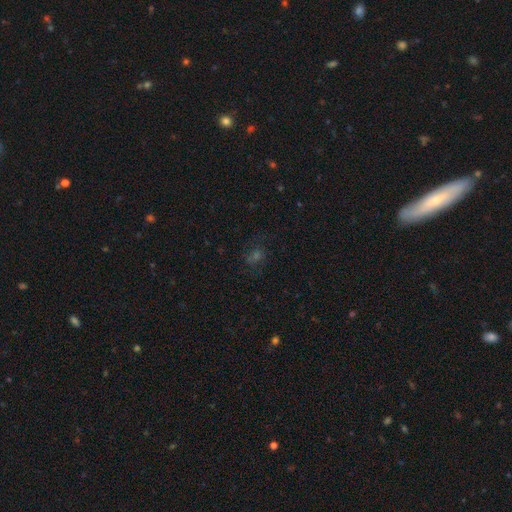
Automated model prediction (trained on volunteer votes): A star or artifact, not a galaxy (39%).

Vote fractions:
- Smooth or featured? star or artifact: 39% / smooth: 33% / featured or disk: 28%